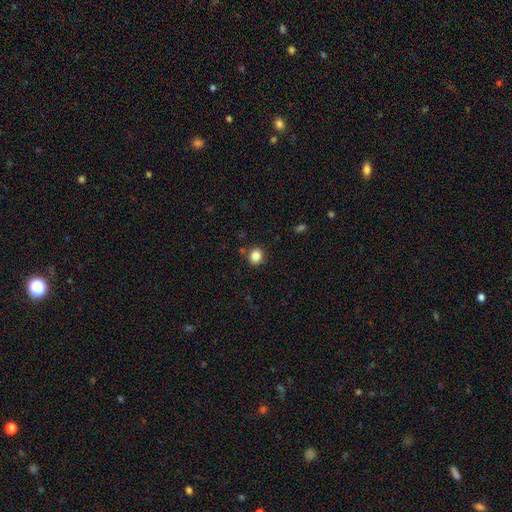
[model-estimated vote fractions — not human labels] Overall: smooth (85%). How rounded: round (73%). Merging: none (86%).